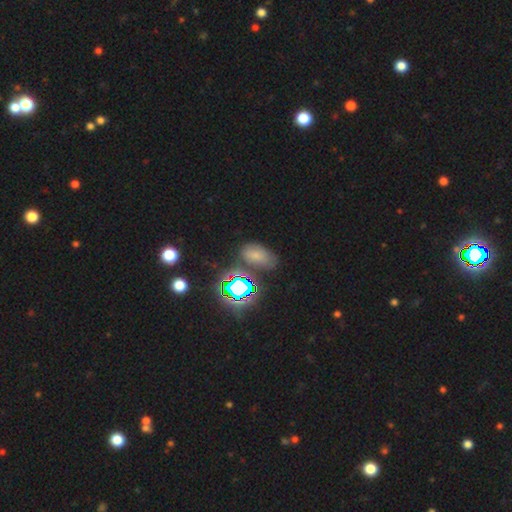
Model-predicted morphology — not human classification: Smooth or featured: smooth — 54% (star or artifact — 33%)
How rounded: in between — 88% (round — 10%)
Merging: none — 68% (minor disturbance — 19%)